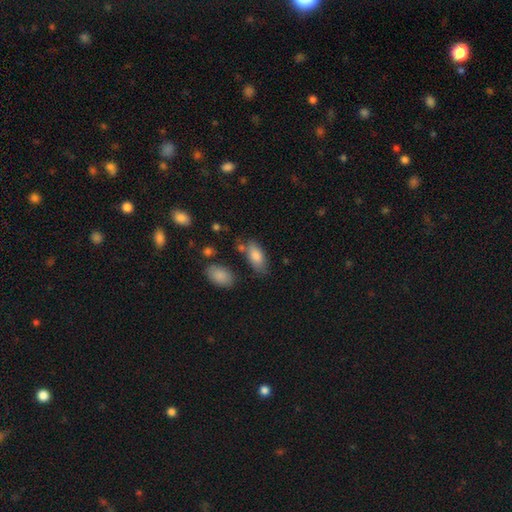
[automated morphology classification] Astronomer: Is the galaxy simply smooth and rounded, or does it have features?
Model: smooth — 84%.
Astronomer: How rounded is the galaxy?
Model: in between — 89%.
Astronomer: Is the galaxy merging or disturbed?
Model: none — 64%.